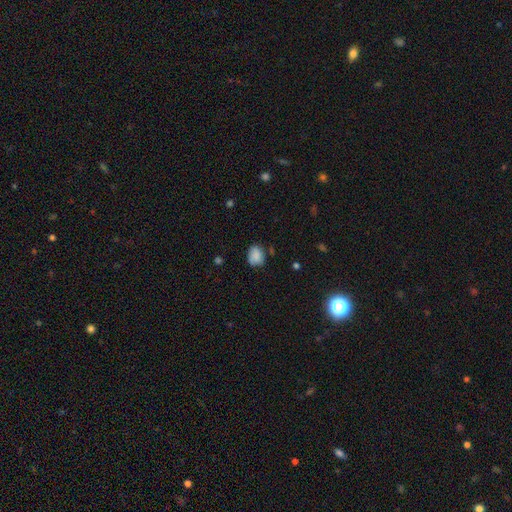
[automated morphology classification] This is clearly a smooth galaxy (82%). How rounded: possibly in between (53%). Merging: likely none (67%).